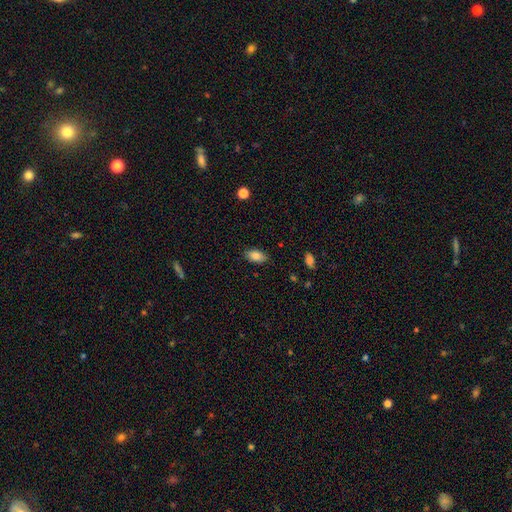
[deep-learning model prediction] smooth 85%, star or artifact 8%, featured or disk 7%. Down the decision tree: how rounded — in between (92%); merging — none (85%).